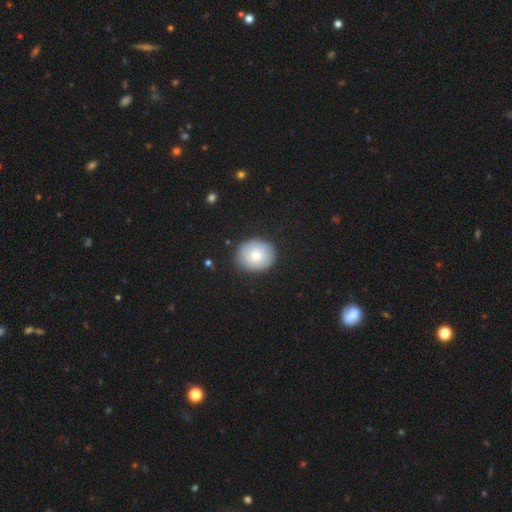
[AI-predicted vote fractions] A smooth galaxy with no disk features (69%) that is round (70%).

Vote fractions:
- Smooth or featured? smooth: 69% / featured or disk: 23% / star or artifact: 8%
- How rounded? round: 70% / in between: 30% / cigar-shaped: 1%
- Merging? none: 86% / minor disturbance: 10% / major disturbance: 3% / merger: 1%